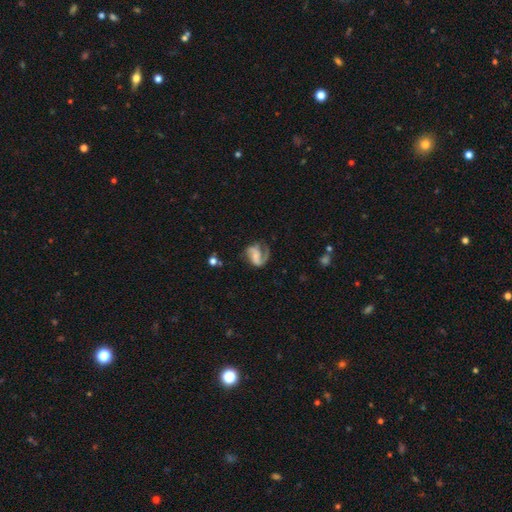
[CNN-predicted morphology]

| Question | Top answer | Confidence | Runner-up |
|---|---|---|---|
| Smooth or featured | featured or disk | 75% | smooth (17%) |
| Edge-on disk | no | 98% | yes (2%) |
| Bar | no | 42% | weak (38%) |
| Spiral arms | yes | 91% | no (9%) |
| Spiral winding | medium | 45% | loose (36%) |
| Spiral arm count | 2 | 64% | 1 (27%) |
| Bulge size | none | 37% | small (35%) |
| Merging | none | 46% | major disturbance (30%) |